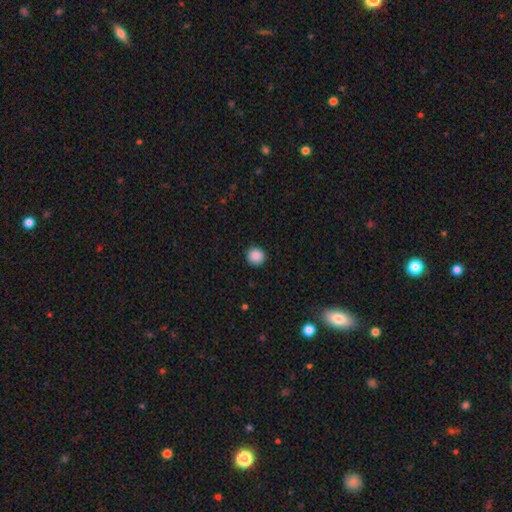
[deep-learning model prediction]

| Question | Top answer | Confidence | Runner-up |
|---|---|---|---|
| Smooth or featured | smooth | 88% | star or artifact (9%) |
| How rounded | round | 94% | in between (5%) |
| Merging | none | 92% | minor disturbance (5%) |